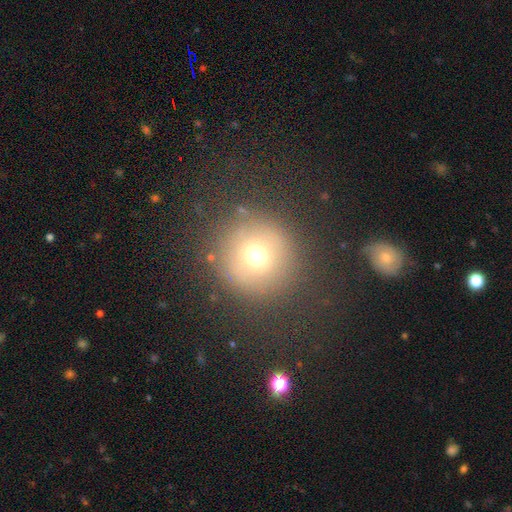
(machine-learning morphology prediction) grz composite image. It shows a smooth galaxy with no disk features (68%) that is round (94%). Merging: none (81%).